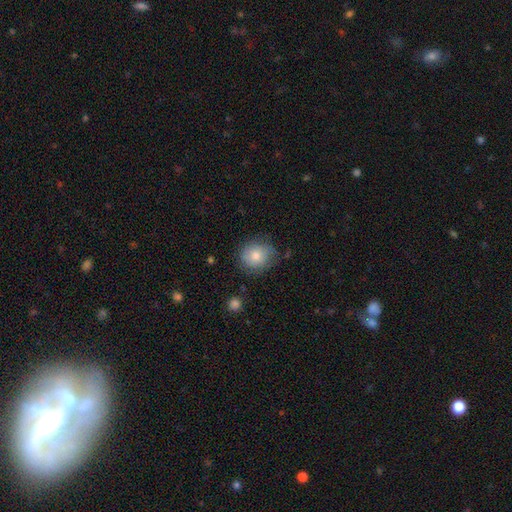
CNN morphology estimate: Smooth or featured?
  - smooth: 75% *
  - featured or disk: 16%
  - star or artifact: 9%
How rounded?
  - round: 78% *
  - in between: 21%
  - cigar-shaped: 1%
Merging?
  - none: 73% *
  - minor disturbance: 21%
  - major disturbance: 5%
  - merger: 1%